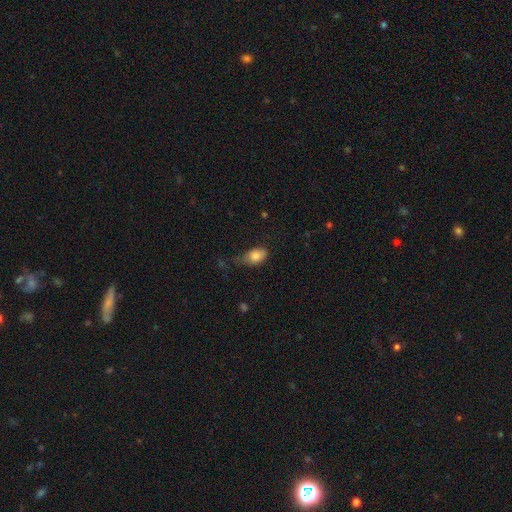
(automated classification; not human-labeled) This appears to be a smooth galaxy with no disk features (83%) that is in between round and cigar-shaped (85%). Merging: none (40%).